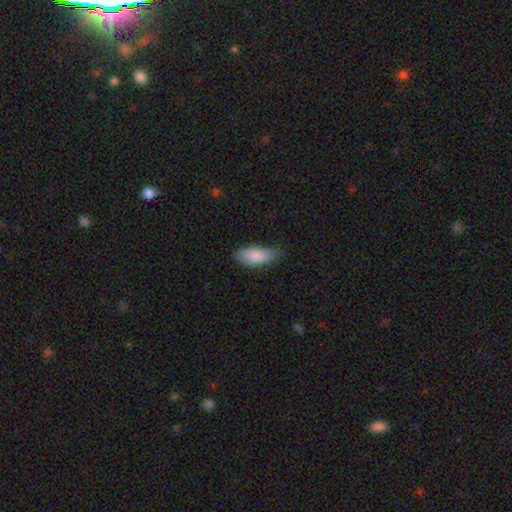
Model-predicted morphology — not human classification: Smooth or featured? Predicted: smooth (p=0.85). How rounded? Predicted: in between (p=0.83). Merging? Predicted: none (p=0.64).